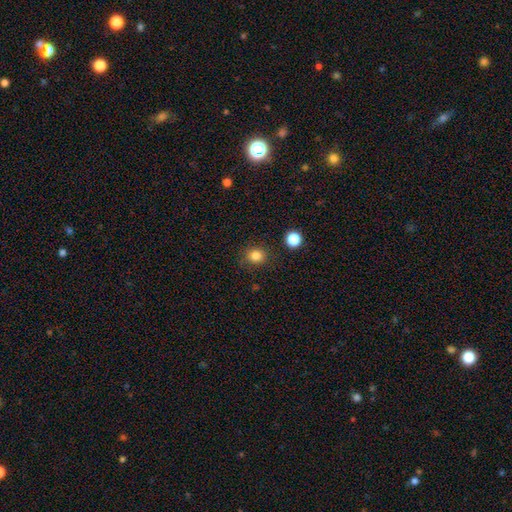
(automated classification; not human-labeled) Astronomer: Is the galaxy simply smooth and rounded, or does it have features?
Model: smooth — 84%.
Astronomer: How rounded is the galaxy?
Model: round — 84%.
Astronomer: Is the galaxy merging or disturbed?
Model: none — 85%.